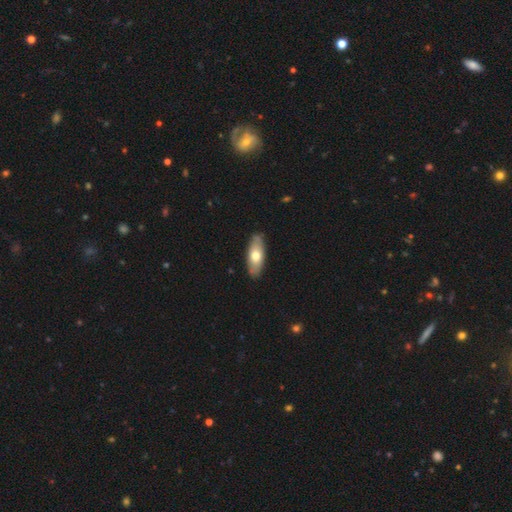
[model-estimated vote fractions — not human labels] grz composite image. It shows a smooth galaxy with no disk features (64%) that is in between round and cigar-shaped (77%). Merging: none (84%).